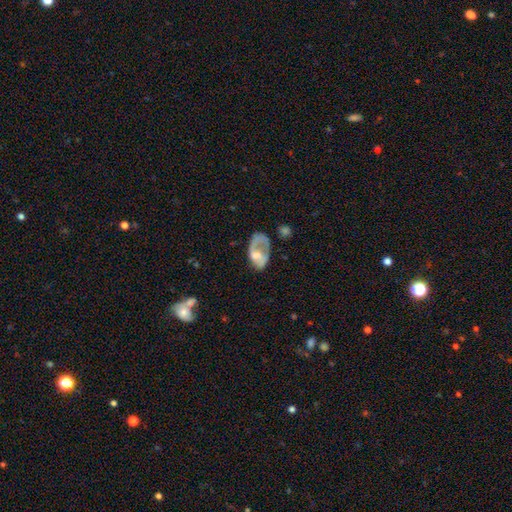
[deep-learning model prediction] This is possibly a featured or disk galaxy (55%). It is clearly not viewed edge-on (95%). Bar: likely no (68%). Spiral arm pattern: possibly yes (51%). Central bulge: possibly moderate (48%). Merging: marginally major disturbance (41%).